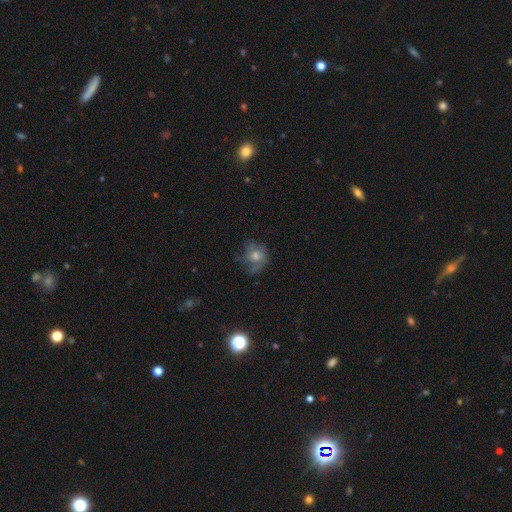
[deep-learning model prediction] Smooth or featured? smooth (53%)
How rounded? round (72%)
Merging? none (53%)